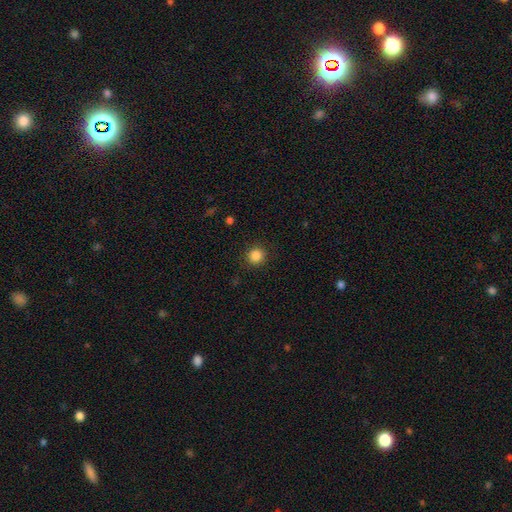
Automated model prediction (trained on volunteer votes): smooth 86%, star or artifact 11%, featured or disk 4%. Down the decision tree: how rounded — round (90%); merging — none (90%).